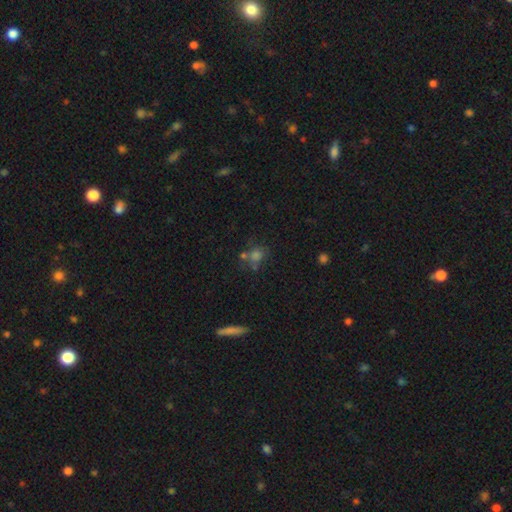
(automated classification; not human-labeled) Overall: smooth (61%; star or artifact 25%). How rounded: round (79%). Merging: none (57%; merger 25%).